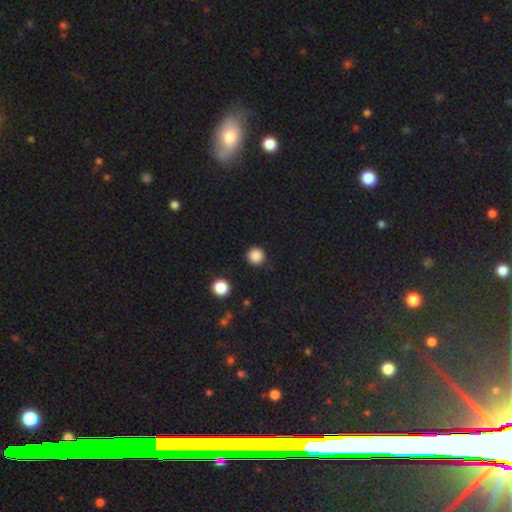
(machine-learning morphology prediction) Q: Smooth or featured?
A: smooth (86%); runner-up: star or artifact (11%)
Q: How rounded?
A: round (96%); runner-up: in between (3%)
Q: Merging?
A: none (91%); runner-up: minor disturbance (5%)